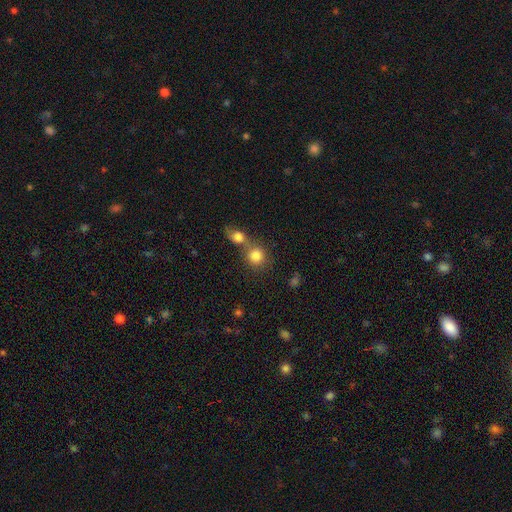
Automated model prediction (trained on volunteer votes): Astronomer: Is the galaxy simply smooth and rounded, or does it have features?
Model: smooth — 82%.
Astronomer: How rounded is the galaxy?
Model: round — 85%.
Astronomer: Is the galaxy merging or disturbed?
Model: merger — 47% (runner-up: none, 42%).